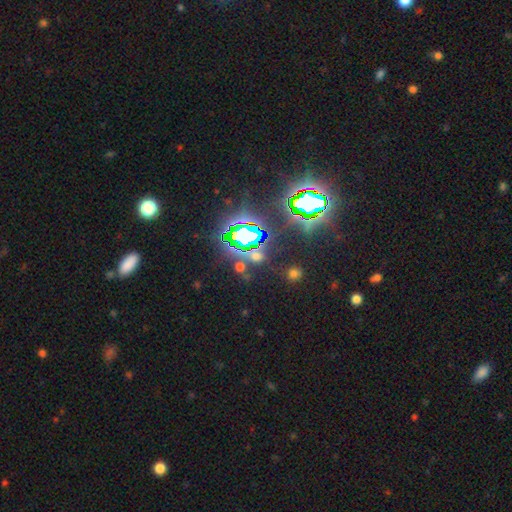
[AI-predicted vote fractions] star or artifact 67%, smooth 24%, featured or disk 9%.